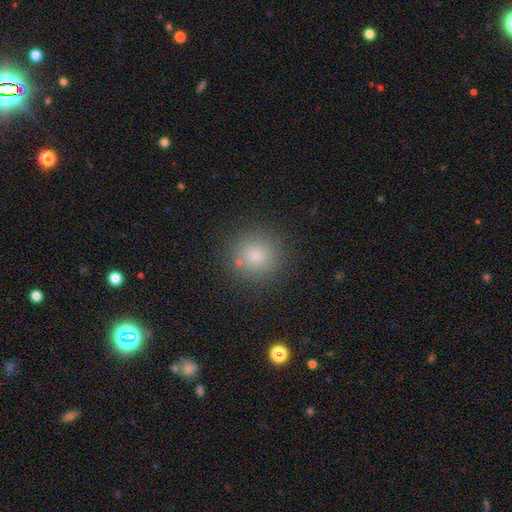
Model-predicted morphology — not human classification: Smooth or featured? smooth (80%)
How rounded? round (93%)
Merging? none (85%)